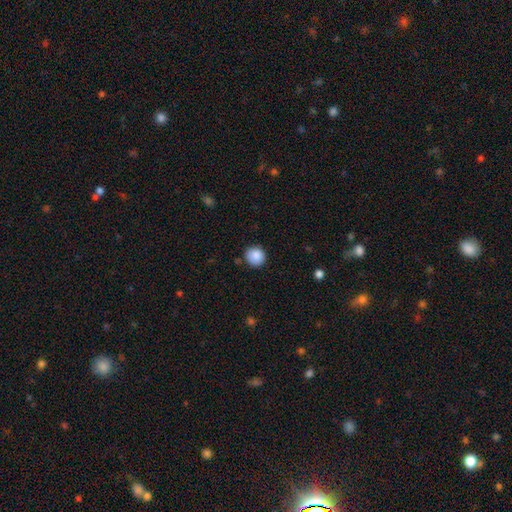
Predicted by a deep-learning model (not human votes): Q: Smooth or featured?
A: smooth (87%); runner-up: star or artifact (9%)
Q: How rounded?
A: round (89%); runner-up: in between (10%)
Q: Merging?
A: none (84%); runner-up: minor disturbance (11%)